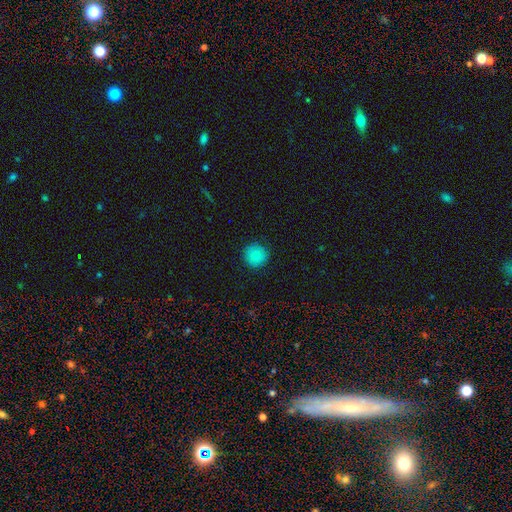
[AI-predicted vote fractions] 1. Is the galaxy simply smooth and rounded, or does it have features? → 85% smooth, 10% star or artifact, 5% featured or disk.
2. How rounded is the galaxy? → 95% round, 4% in between, 1% cigar-shaped.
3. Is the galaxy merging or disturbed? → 90% none, 7% minor disturbance, 2% major disturbance, 1% merger.